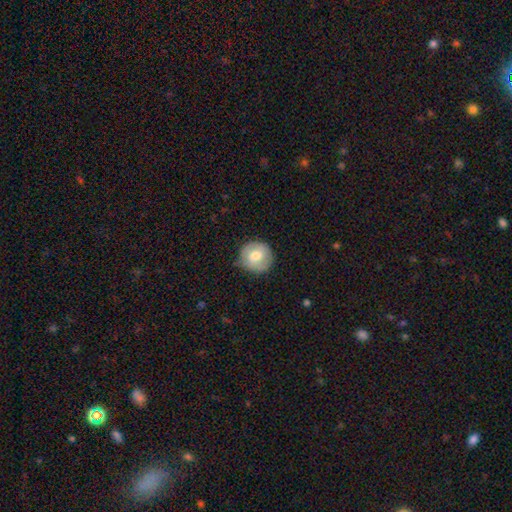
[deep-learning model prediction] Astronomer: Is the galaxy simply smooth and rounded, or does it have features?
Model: smooth — 67%.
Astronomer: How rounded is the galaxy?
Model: round — 92%.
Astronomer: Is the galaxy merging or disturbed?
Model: none — 82%.